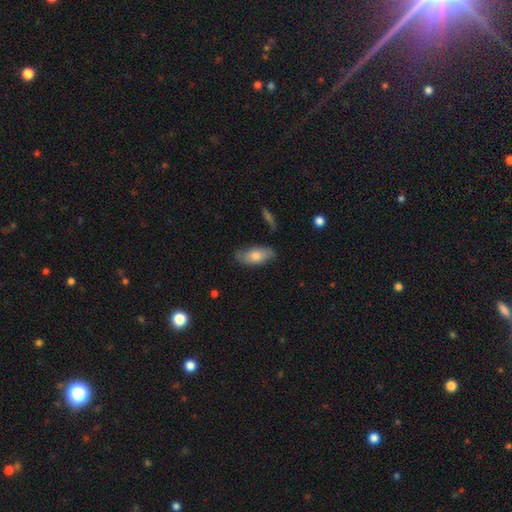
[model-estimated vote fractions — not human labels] Smooth or featured: smooth — 70% (featured or disk — 24%)
How rounded: in between — 87% (cigar-shaped — 10%)
Merging: none — 70% (minor disturbance — 23%)